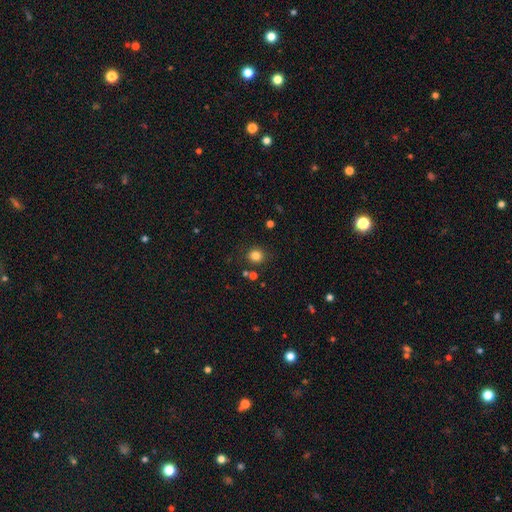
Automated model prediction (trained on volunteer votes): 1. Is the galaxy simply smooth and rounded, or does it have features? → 82% smooth, 13% star or artifact, 5% featured or disk.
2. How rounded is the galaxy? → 87% round, 12% in between, 1% cigar-shaped.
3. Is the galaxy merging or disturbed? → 85% none, 8% minor disturbance, 4% merger, 3% major disturbance.